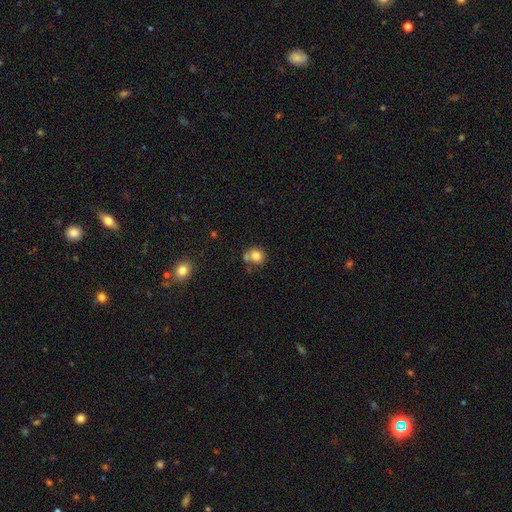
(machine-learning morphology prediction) The model was most divided on "merging": none: 55%, merger: 26%, minor disturbance: 14%, major disturbance: 5%. More confident: how rounded — round (83%); smooth or featured — smooth (79%).